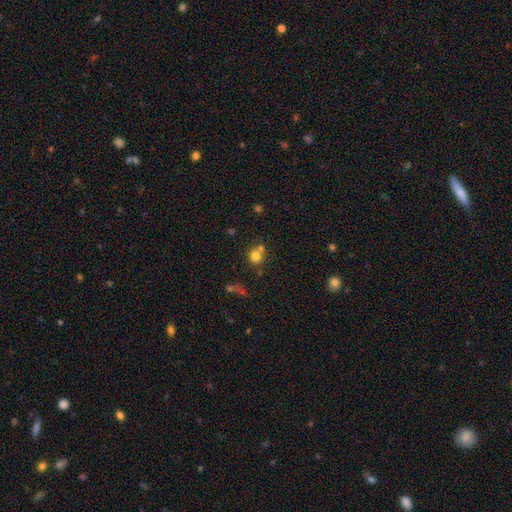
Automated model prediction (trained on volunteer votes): Smooth or featured: smooth — 76% (star or artifact — 14%)
How rounded: round — 87% (in between — 12%)
Merging: none — 56% (merger — 32%)